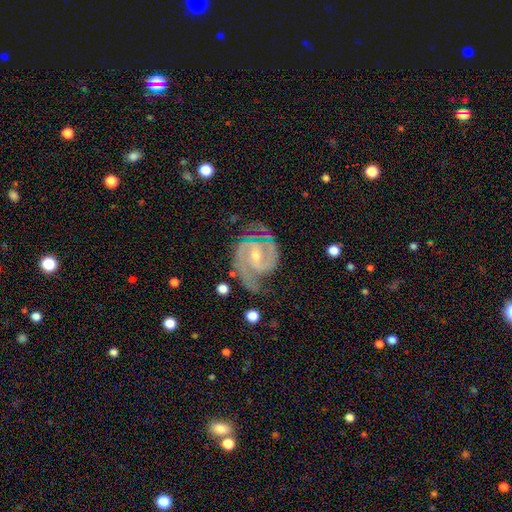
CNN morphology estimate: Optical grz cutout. It shows a featured or disk galaxy (92%) with a weak bar (48%), 2 (82%) medium (49%) spiral arms (98%) and a small central bulge (57%). Merging: none (67%).